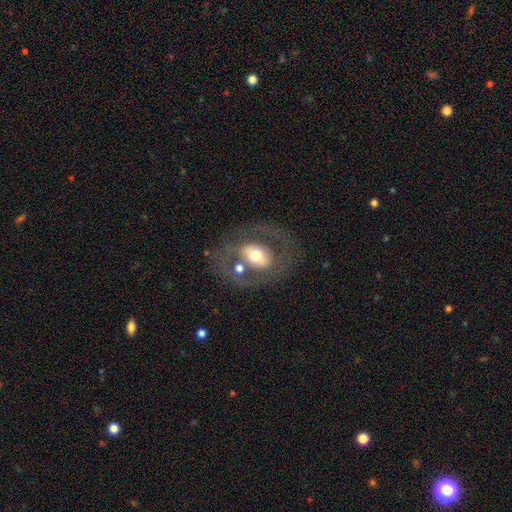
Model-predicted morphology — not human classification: smooth-or-featured: featured or disk: 59% | smooth: 33% | star or artifact: 8%
  disk-edge-on: no: 93% | yes: 7%
    bar: no: 49% | weak: 29% | strong: 22%
    has-spiral-arms: no: 63% | yes: 37%
    bulge-size: moderate: 63% | large: 24% | small: 10% | dominant: 3% | none: 1%
  merging: none: 60% | minor disturbance: 15% | major disturbance: 14% | merger: 11%